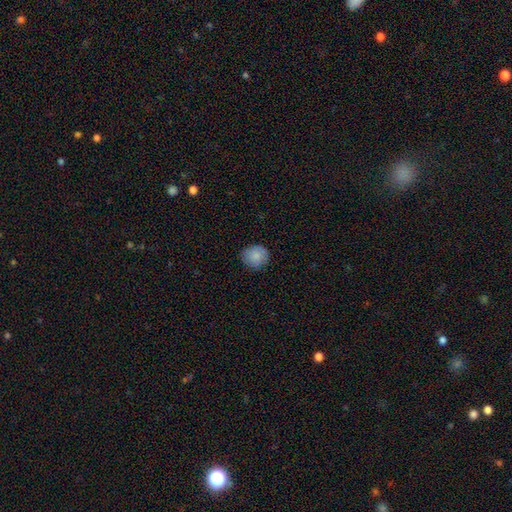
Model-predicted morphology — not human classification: This appears to be a smooth galaxy with no disk features (86%) that is round (86%). Merging: none (85%).